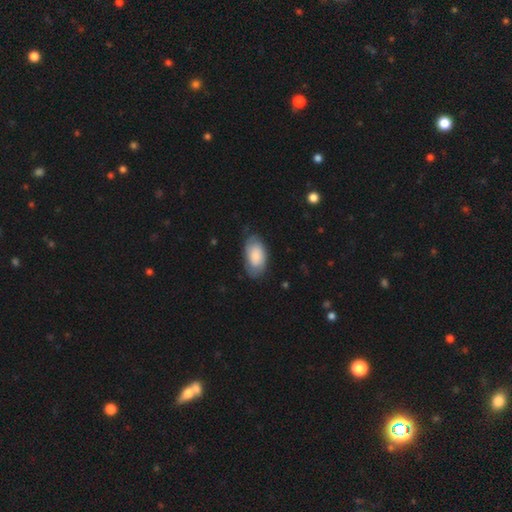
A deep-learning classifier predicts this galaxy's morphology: type=smooth (73%); roundness=in between (95%); merging=none (71%).